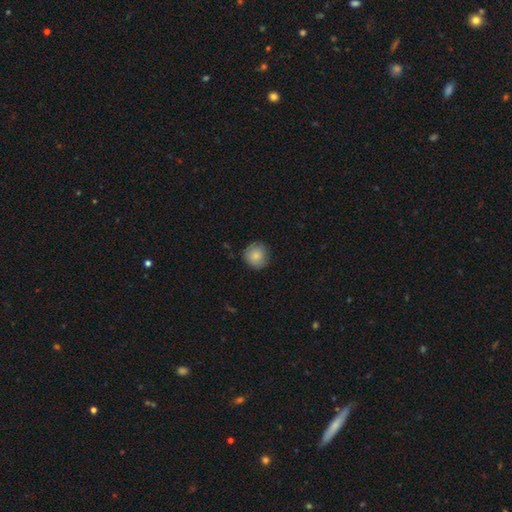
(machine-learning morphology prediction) A smooth galaxy with no disk features (84%) that is round (91%).

Vote fractions:
- Smooth or featured? smooth: 84% / featured or disk: 9% / star or artifact: 7%
- How rounded? round: 91% / in between: 8% / cigar-shaped: 1%
- Merging? none: 84% / minor disturbance: 13% / major disturbance: 3% / merger: 1%